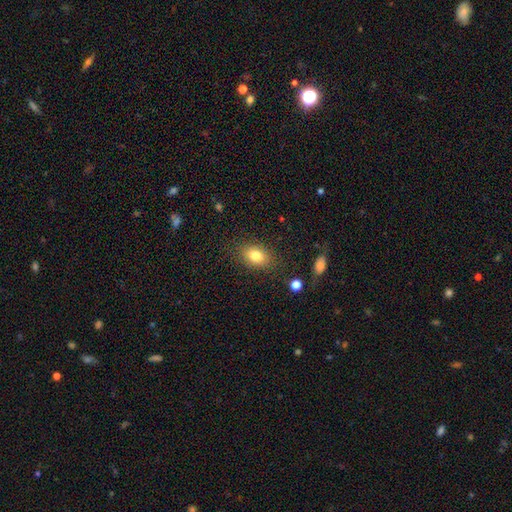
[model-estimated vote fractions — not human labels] This is clearly a smooth galaxy (80%). How rounded: clearly in between (81%). Merging: clearly none (83%).